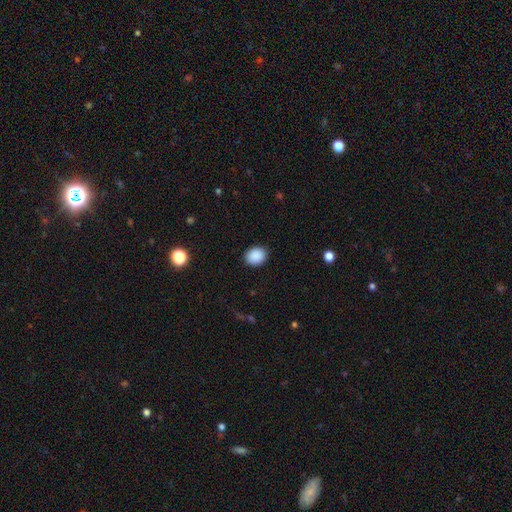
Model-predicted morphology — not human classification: Smooth or featured? smooth (89%)
How rounded? round (50%)
Merging? none (89%)